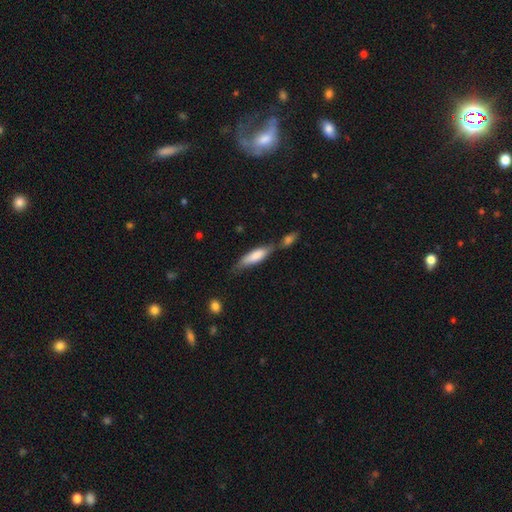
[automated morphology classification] Overall: smooth (72%). How rounded: cigar-shaped (61%; in between 38%). Merging: none (41%; merger 34%).